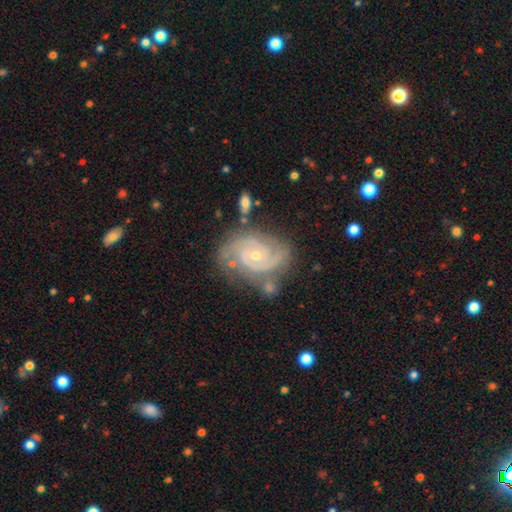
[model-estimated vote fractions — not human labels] Morphology: type=featured or disk (89%); edge-on=no (97%); bar=no (68%); spiral arms=yes (97%); winding=tight (60%); arm count=2 (63%); bulge=small (58%); merging=none (63%).